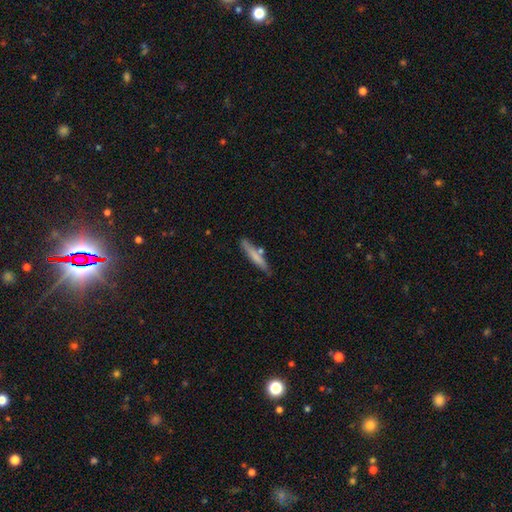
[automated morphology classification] Q: Smooth or featured?
A: smooth (69%); runner-up: featured or disk (25%)
Q: How rounded?
A: cigar-shaped (92%); runner-up: in between (7%)
Q: Merging?
A: none (74%); runner-up: minor disturbance (14%)